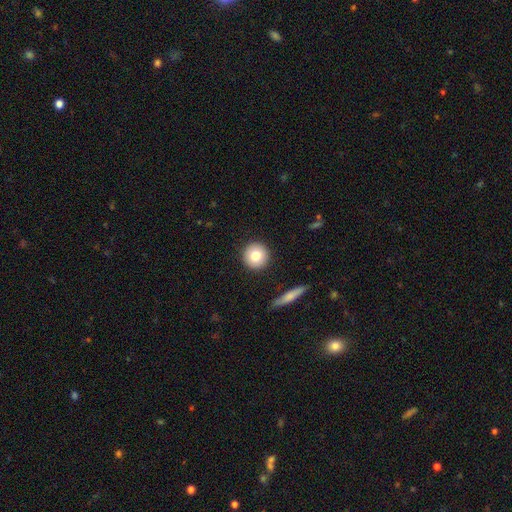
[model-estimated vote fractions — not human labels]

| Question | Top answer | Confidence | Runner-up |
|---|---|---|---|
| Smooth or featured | smooth | 78% | featured or disk (14%) |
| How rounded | round | 94% | in between (5%) |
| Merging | none | 91% | minor disturbance (5%) |